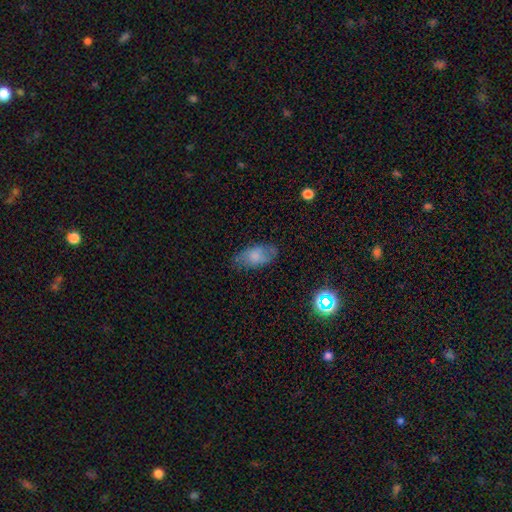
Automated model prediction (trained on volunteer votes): Smooth or featured?
  - smooth: 72% *
  - featured or disk: 19%
  - star or artifact: 9%
How rounded?
  - in between: 91% *
  - cigar-shaped: 5%
  - round: 4%
Merging?
  - none: 71% *
  - minor disturbance: 21%
  - major disturbance: 7%
  - merger: 2%